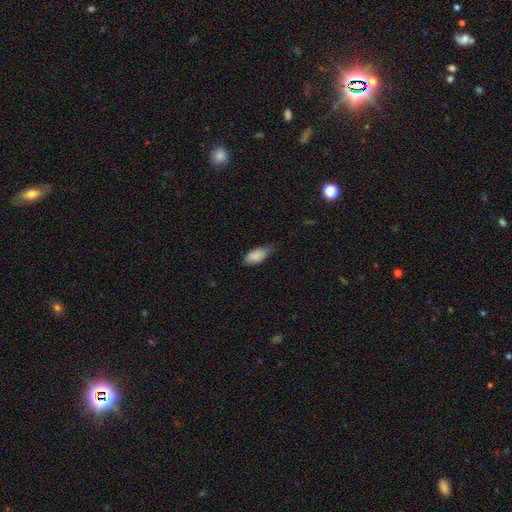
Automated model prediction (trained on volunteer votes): Q: Smooth or featured?
A: smooth (86%); runner-up: featured or disk (7%)
Q: How rounded?
A: in between (91%); runner-up: cigar-shaped (7%)
Q: Merging?
A: none (55%); runner-up: minor disturbance (37%)